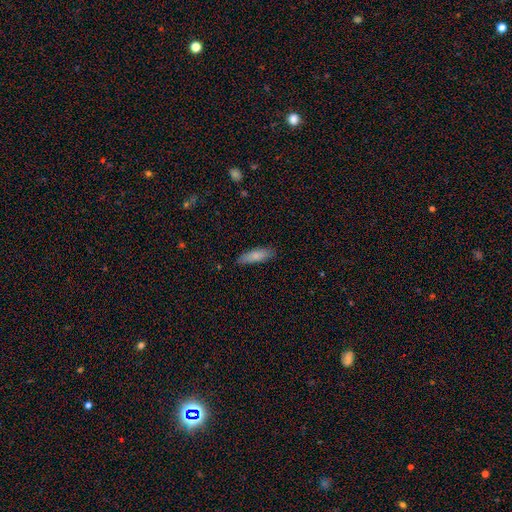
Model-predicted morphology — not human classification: A smooth galaxy with no disk features (82%) that is cigar-shaped (50%). Merging: none (83%).